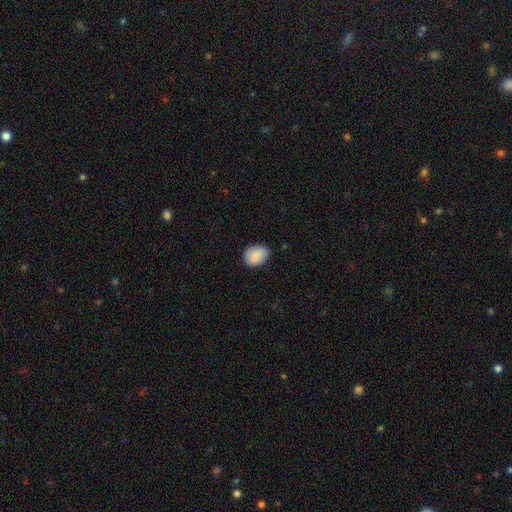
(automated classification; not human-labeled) Smooth or featured? smooth (85%)
How rounded? in between (63%)
Merging? none (79%)